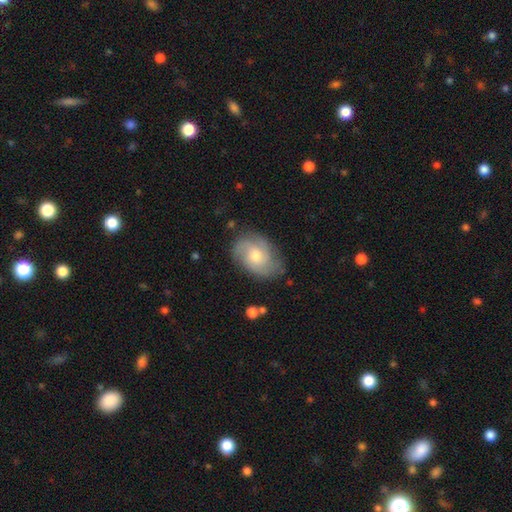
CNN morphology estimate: Smooth or featured: featured or disk — 60% (smooth — 33%)
Edge-on disk: no — 96% (yes — 4%)
Bar: no — 74% (weak — 23%)
Spiral arms: yes — 87% (no — 13%)
Bulge size: moderate — 63% (small — 30%)
Merging: none — 72% (minor disturbance — 20%)